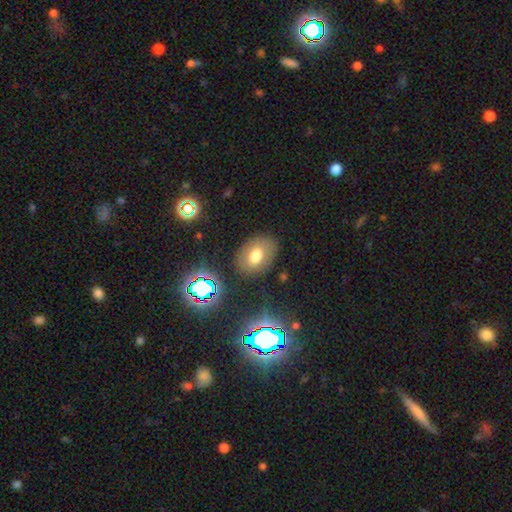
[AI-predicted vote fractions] Smooth or featured? Predicted: smooth (p=0.65). How rounded? Predicted: in between (p=0.66). Merging? Predicted: none (p=0.82).